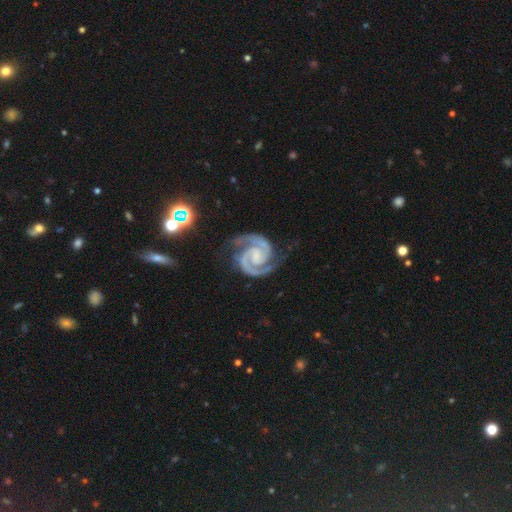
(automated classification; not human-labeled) smooth_or_featured: featured or disk (p=0.94) [alt: star or artifact p=0.04]
disk_edge_on: no (p=0.99) [alt: yes p=0.01]
bar: no (p=0.49) [alt: weak p=0.36]
has_spiral_arms: yes (p=0.99) [alt: no p=0.01]
spiral_winding: tight (p=0.56) [alt: medium p=0.40]
spiral_arm_count: 2 (p=0.94) [alt: 3 p=0.02]
bulge_size: small (p=0.42) [alt: none p=0.35]
merging: none (p=0.77) [alt: minor disturbance p=0.16]